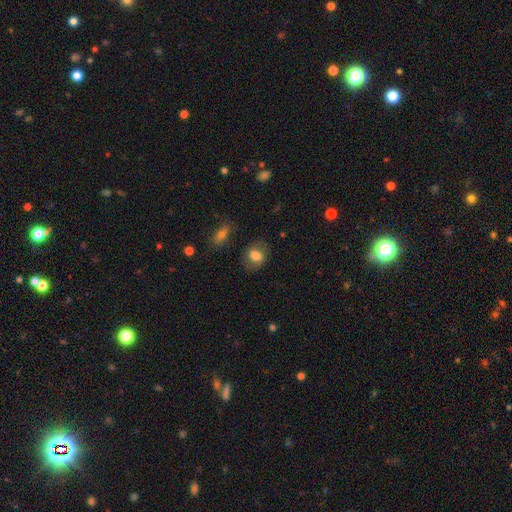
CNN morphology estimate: Smooth or featured? Predicted: smooth (p=0.72). How rounded? Predicted: round (p=0.50). Merging? Predicted: none (p=0.76).